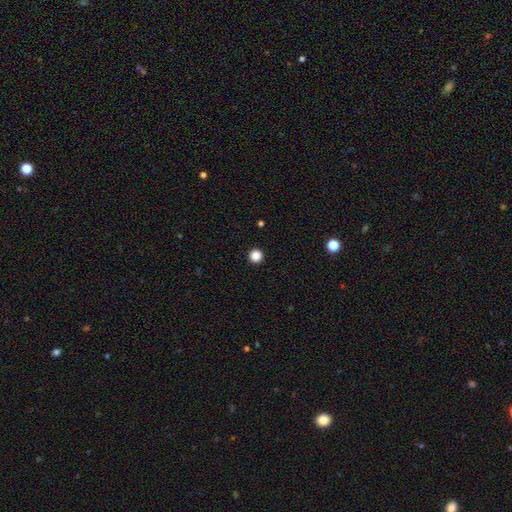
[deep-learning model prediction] Overall: smooth (87%). How rounded: round (97%). Merging: none (94%).